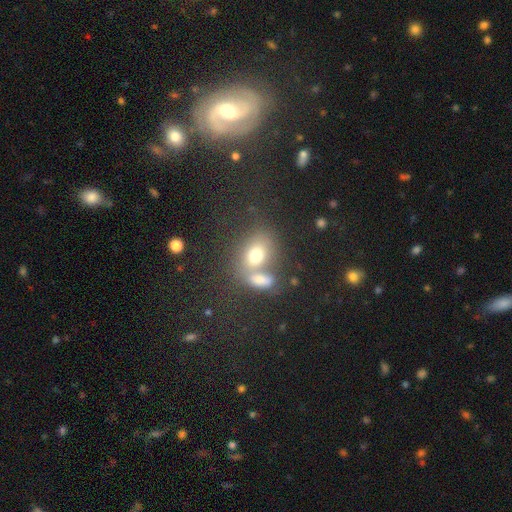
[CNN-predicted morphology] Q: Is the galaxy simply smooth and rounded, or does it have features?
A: smooth — 70%.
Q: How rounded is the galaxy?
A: in between — 64%.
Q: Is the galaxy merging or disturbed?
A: merger — 47%.